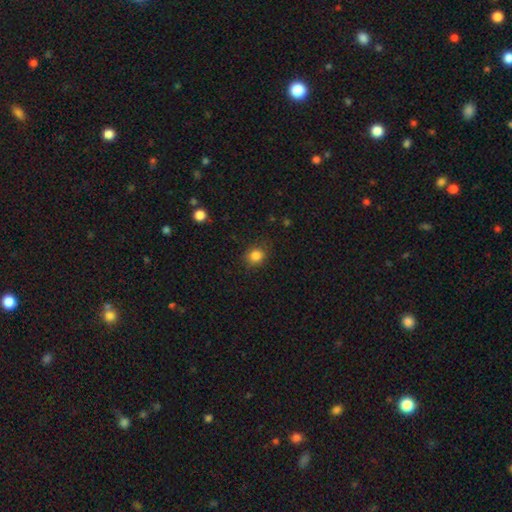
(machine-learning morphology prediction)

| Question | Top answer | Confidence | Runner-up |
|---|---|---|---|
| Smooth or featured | smooth | 85% | star or artifact (11%) |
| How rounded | round | 77% | in between (22%) |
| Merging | none | 84% | minor disturbance (12%) |